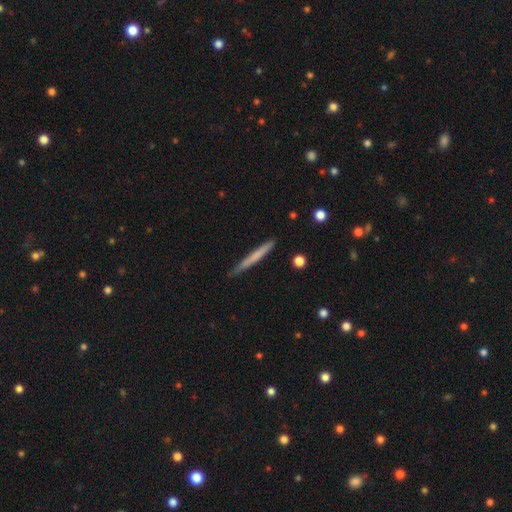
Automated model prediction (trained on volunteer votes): Smooth or featured?
  - smooth: 62% *
  - featured or disk: 33%
  - star or artifact: 6%
How rounded?
  - cigar-shaped: 97% *
  - in between: 2%
  - round: 1%
Merging?
  - none: 85% *
  - minor disturbance: 12%
  - major disturbance: 2%
  - merger: 1%